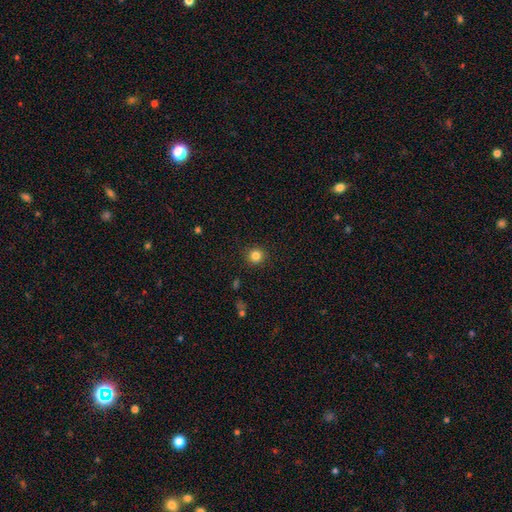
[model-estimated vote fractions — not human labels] A smooth galaxy with no disk features (82%) that is round (94%).

Vote fractions:
- Smooth or featured? smooth: 82% / star or artifact: 12% / featured or disk: 5%
- How rounded? round: 94% / in between: 5% / cigar-shaped: 1%
- Merging? none: 91% / minor disturbance: 6% / major disturbance: 2% / merger: 1%